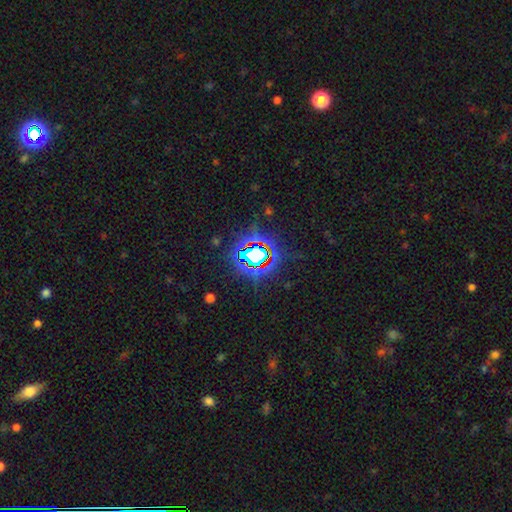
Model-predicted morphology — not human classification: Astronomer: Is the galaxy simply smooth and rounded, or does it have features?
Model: star or artifact — 78%.